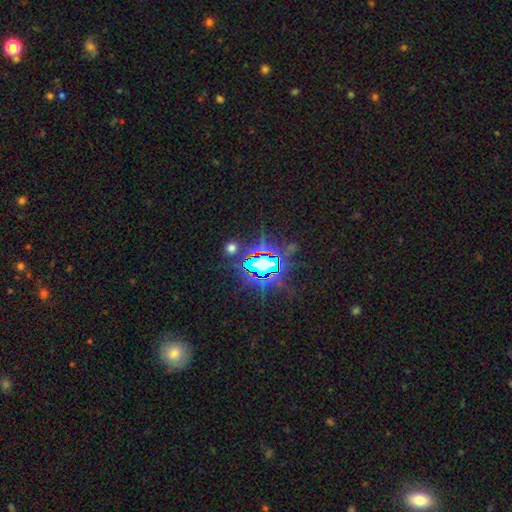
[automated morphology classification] smooth-or-featured: star or artifact: 82% | smooth: 10% | featured or disk: 8%